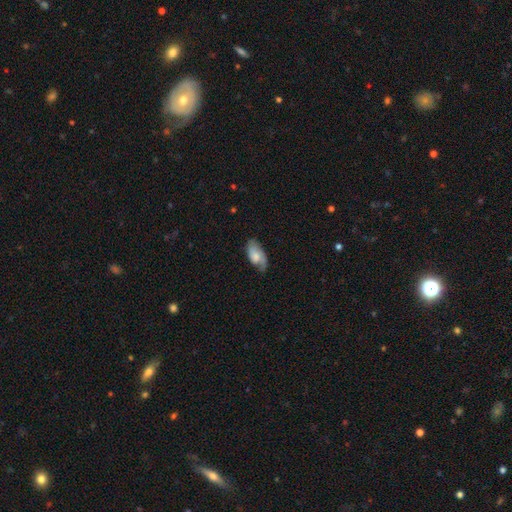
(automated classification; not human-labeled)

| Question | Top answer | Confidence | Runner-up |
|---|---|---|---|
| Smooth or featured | smooth | 52% | featured or disk (41%) |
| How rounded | in between | 92% | cigar-shaped (4%) |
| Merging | none | 59% | minor disturbance (29%) |